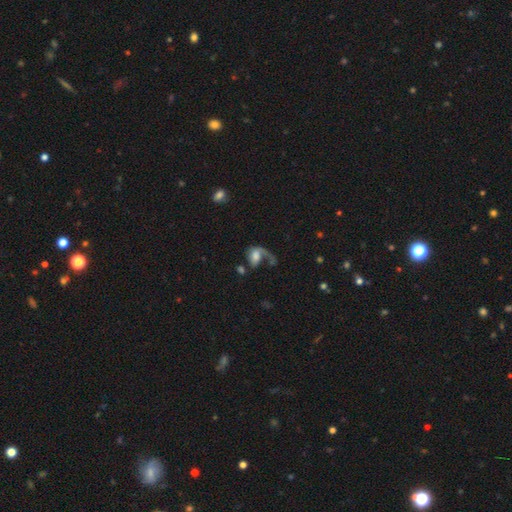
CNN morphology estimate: A featured or disk galaxy (49%).

Vote fractions:
- Smooth or featured? featured or disk: 49% / smooth: 41% / star or artifact: 10%
- Merging? major disturbance: 48% / none: 25% / merger: 13% / minor disturbance: 13%